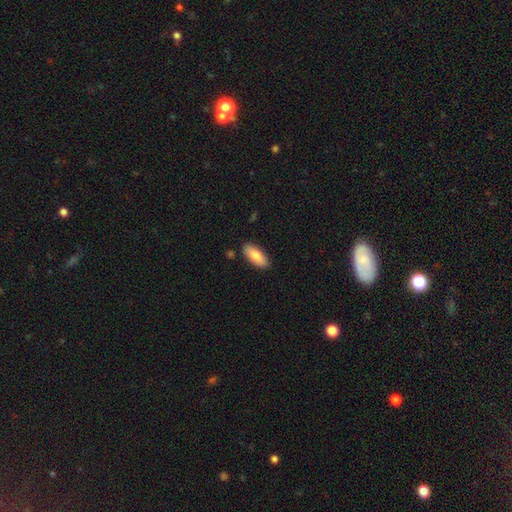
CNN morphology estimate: type=smooth (84%); roundness=in between (81%); merging=none (87%).